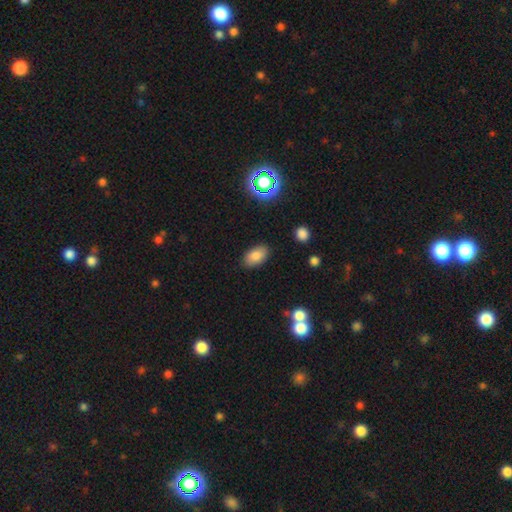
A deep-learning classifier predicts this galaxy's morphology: A smooth galaxy with no disk features (81%) that is in between round and cigar-shaped (91%). Merging: none (86%).